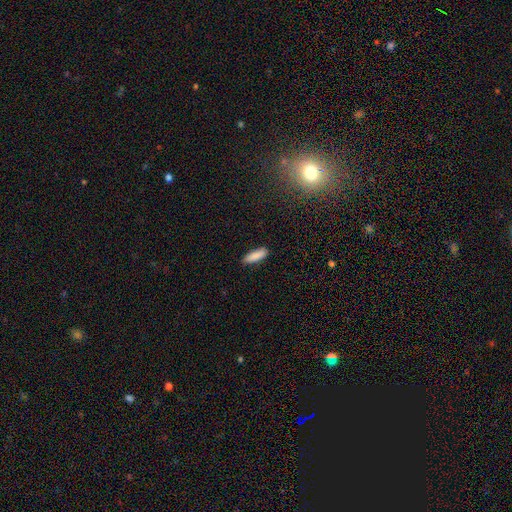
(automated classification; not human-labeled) smooth_or_featured: smooth (p=0.88) [alt: star or artifact p=0.06]
how_rounded: cigar-shaped (p=0.51) [alt: in between p=0.47]
merging: none (p=0.87) [alt: minor disturbance p=0.10]